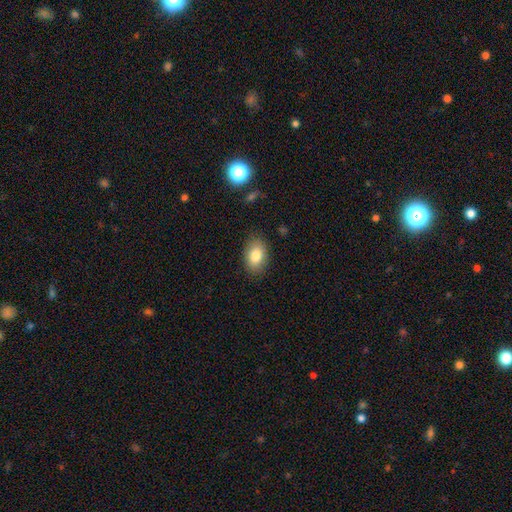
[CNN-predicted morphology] Overall: smooth (83%). How rounded: in between (86%). Merging: none (86%).